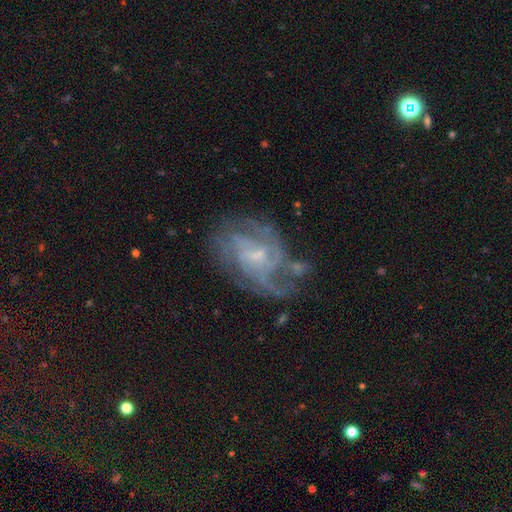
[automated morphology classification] A featured or disk galaxy (82%) with a weak bar (47%), medium (44%) spiral arms (90%) and a small central bulge (60%). Merging: none (53%).